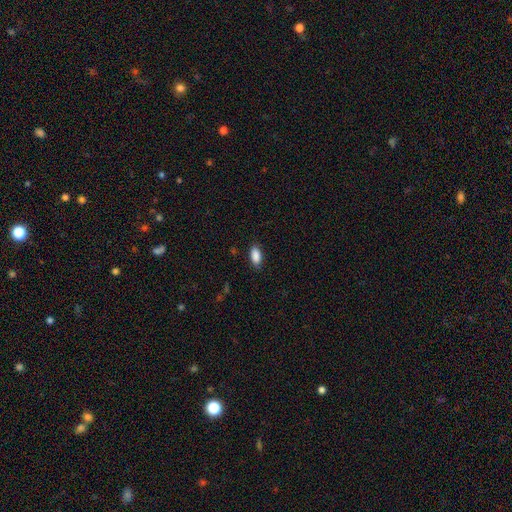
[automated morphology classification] type=smooth (89%); roundness=in between (91%); merging=none (84%).